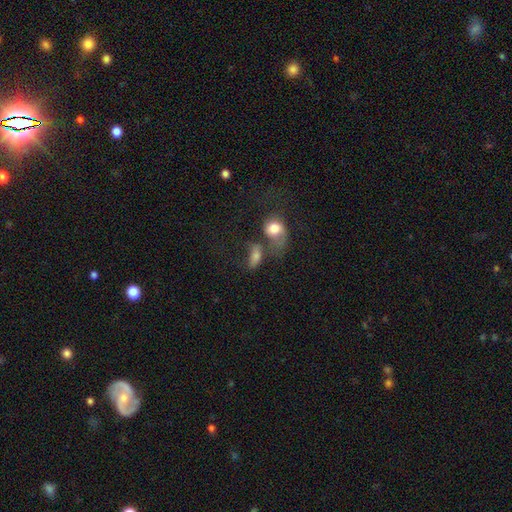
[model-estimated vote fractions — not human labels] This appears to be a smooth galaxy with no disk features (70%) that is in between round and cigar-shaped (74%). Merging: merger (46%).